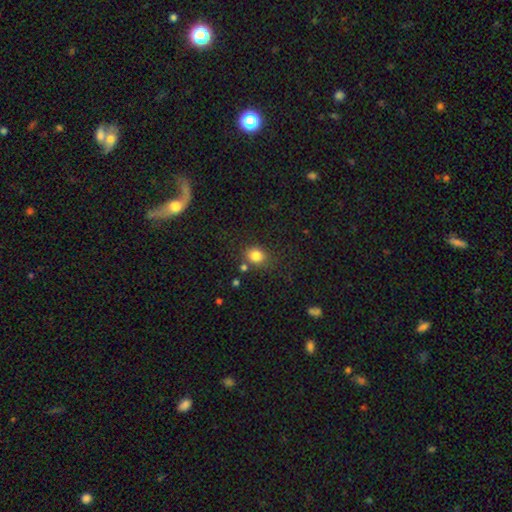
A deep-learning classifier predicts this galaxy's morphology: Smooth or featured: smooth — 82% (star or artifact — 12%)
How rounded: round — 65% (in between — 34%)
Merging: none — 74% (minor disturbance — 13%)